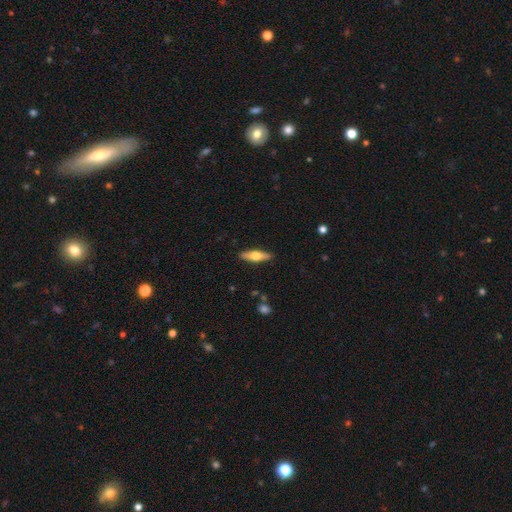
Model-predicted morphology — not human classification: A smooth galaxy with no disk features (49%). Merging: none (89%).